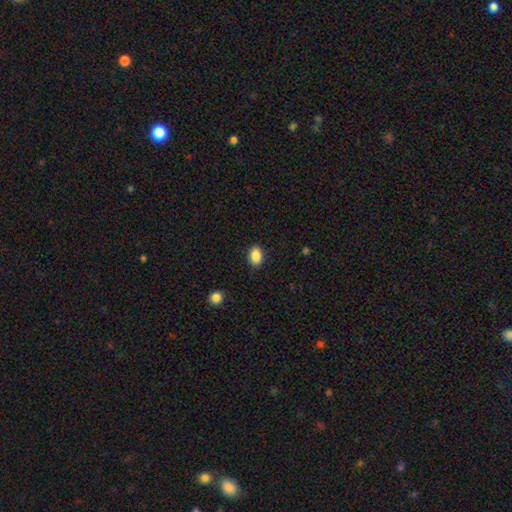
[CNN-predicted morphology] type=smooth (88%); roundness=in between (83%); merging=none (88%).